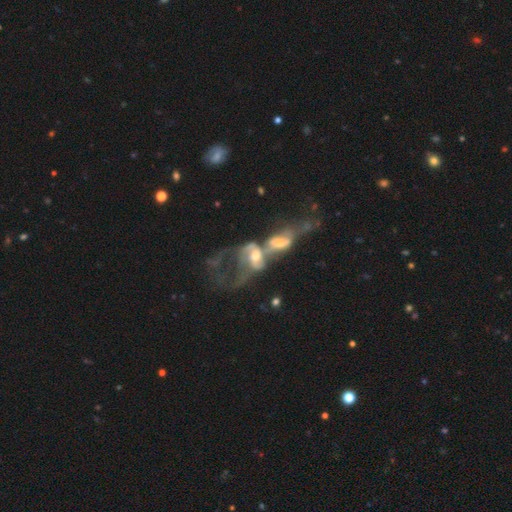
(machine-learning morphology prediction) Smooth or featured? Predicted: featured or disk (p=0.68). Edge-on disk? Predicted: no (p=0.94). Bar? Predicted: no (p=0.61). Spiral arms? Predicted: yes (p=0.59). Bulge size? Predicted: moderate (p=0.53). Merging? Predicted: merger (p=0.78).